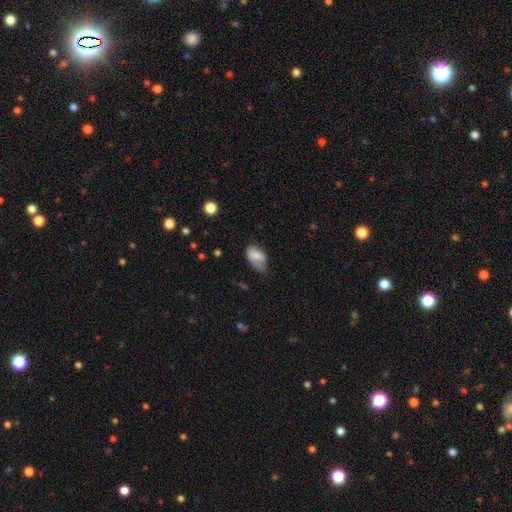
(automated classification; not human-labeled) The model was most divided on "merging": minor disturbance: 41%, none: 39%, major disturbance: 18%, merger: 2%. More confident: how rounded — in between (92%); smooth or featured — smooth (76%).